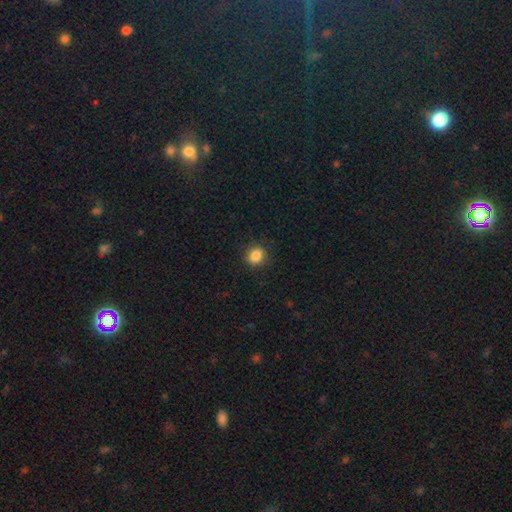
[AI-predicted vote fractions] smooth_or_featured: smooth (p=0.86) [alt: star or artifact p=0.11]
how_rounded: round (p=0.74) [alt: in between p=0.25]
merging: none (p=0.88) [alt: minor disturbance p=0.08]